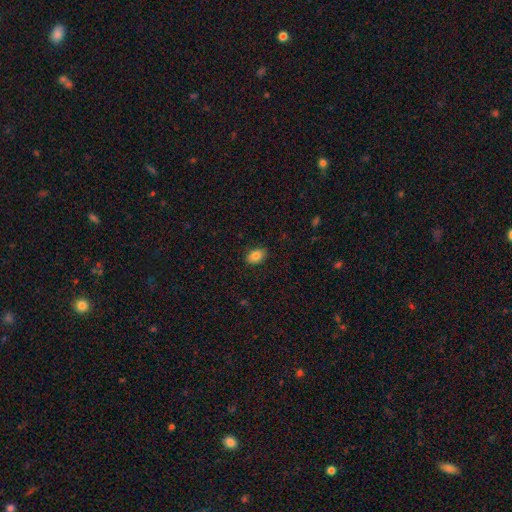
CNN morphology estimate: Smooth or featured: smooth — 84% (star or artifact — 9%)
How rounded: in between — 84% (round — 14%)
Merging: none — 87% (minor disturbance — 10%)